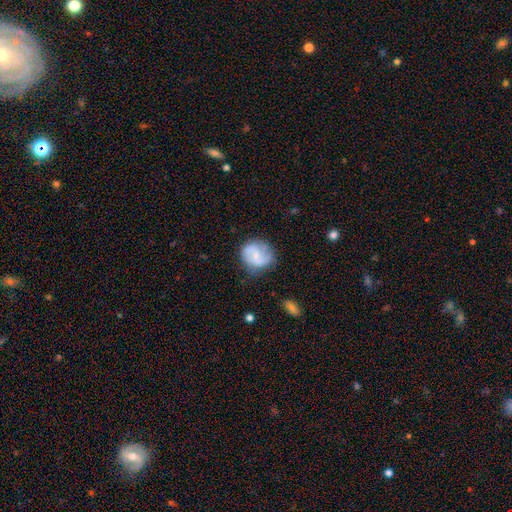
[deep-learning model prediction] Smooth or featured: featured or disk — 54% (smooth — 39%)
Edge-on disk: no — 98% (yes — 2%)
Bar: no — 46% (weak — 44%)
Spiral arms: yes — 86% (no — 14%)
Bulge size: small — 50% (moderate — 25%)
Merging: none — 65% (minor disturbance — 23%)